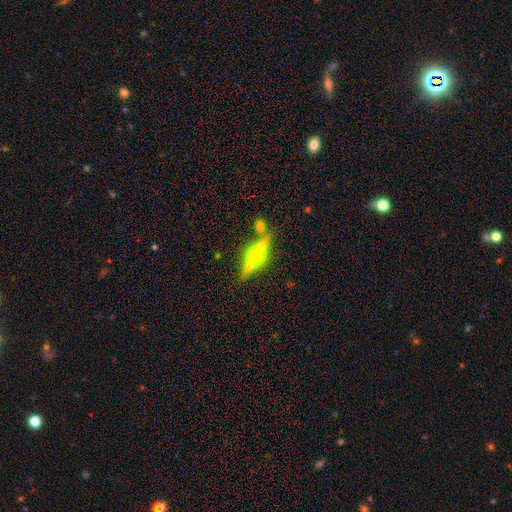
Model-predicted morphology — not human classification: Q: Smooth or featured?
A: featured or disk (77%); runner-up: smooth (16%)
Q: Edge-on disk?
A: yes (96%); runner-up: no (4%)
Q: Edge-on bulge?
A: rounded (93%); runner-up: none (4%)
Q: Merging?
A: none (80%); runner-up: minor disturbance (10%)